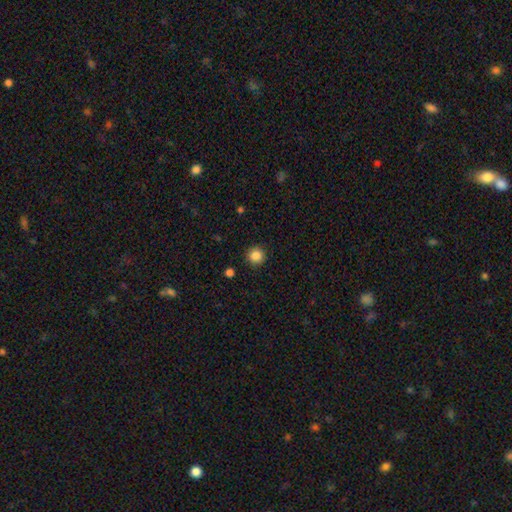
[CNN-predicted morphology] Smooth or featured?
  - smooth: 85% *
  - star or artifact: 11%
  - featured or disk: 4%
How rounded?
  - round: 95% *
  - in between: 4%
  - cigar-shaped: 1%
Merging?
  - none: 92% *
  - minor disturbance: 5%
  - major disturbance: 2%
  - merger: 1%